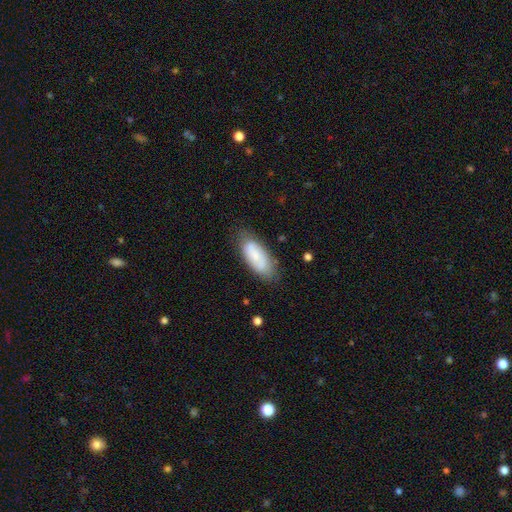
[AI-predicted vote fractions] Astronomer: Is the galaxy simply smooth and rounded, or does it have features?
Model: smooth — 60%.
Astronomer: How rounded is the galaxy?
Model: in between — 83%.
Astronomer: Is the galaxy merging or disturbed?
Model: none — 74%.